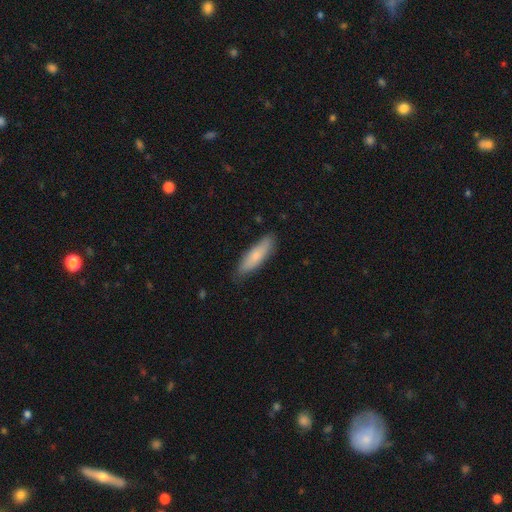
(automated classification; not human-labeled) Smooth or featured? smooth (77%)
How rounded? cigar-shaped (66%)
Merging? none (82%)